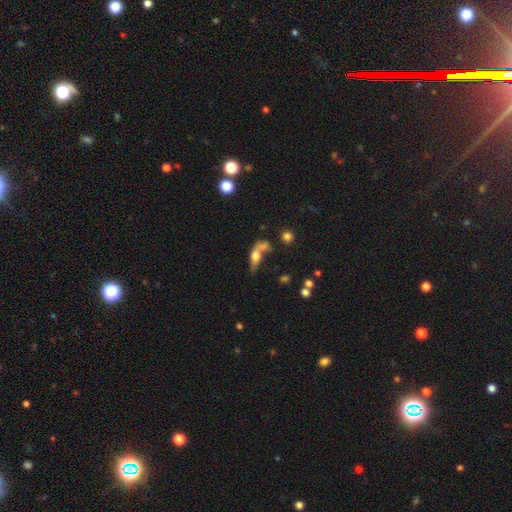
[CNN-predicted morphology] Smooth or featured?
  - smooth: 43% *
  - featured or disk: 42%
  - star or artifact: 15%
Merging?
  - merger: 34% *
  - none: 31%
  - major disturbance: 20%
  - minor disturbance: 15%